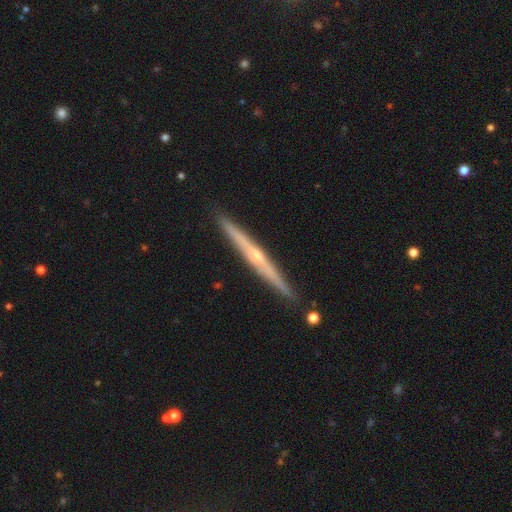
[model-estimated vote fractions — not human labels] Smooth or featured: featured or disk — 78% (smooth — 17%)
Edge-on disk: yes — 98% (no — 2%)
Edge-on bulge: rounded — 73% (none — 23%)
Merging: none — 91% (minor disturbance — 7%)